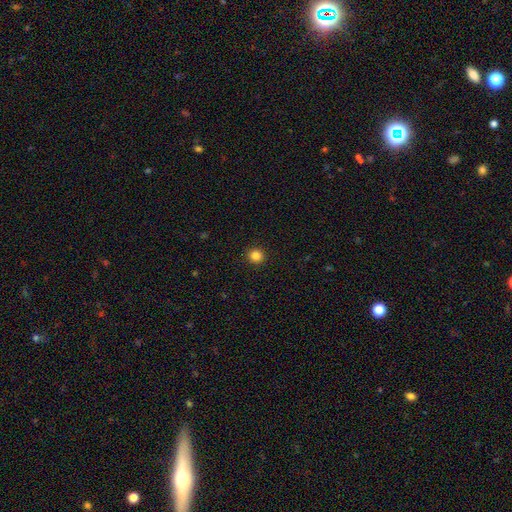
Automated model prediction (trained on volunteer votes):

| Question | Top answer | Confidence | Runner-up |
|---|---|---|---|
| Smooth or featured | smooth | 84% | star or artifact (12%) |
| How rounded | round | 94% | in between (5%) |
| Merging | none | 93% | minor disturbance (4%) |